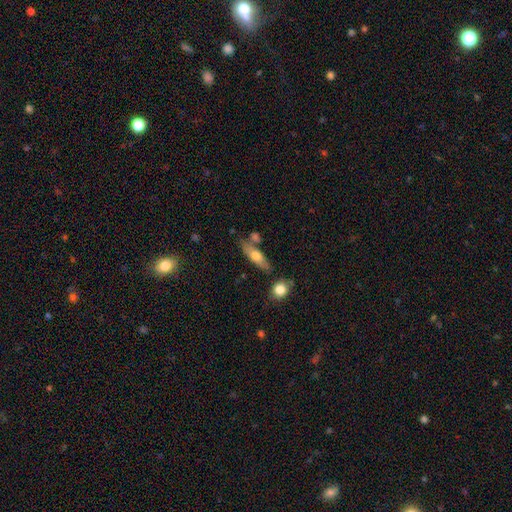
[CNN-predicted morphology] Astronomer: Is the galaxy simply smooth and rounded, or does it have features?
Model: smooth — 59% (runner-up: featured or disk, 35%).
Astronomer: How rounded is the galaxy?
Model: cigar-shaped — 49% (runner-up: in between, 47%).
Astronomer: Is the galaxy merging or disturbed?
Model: none — 65%.